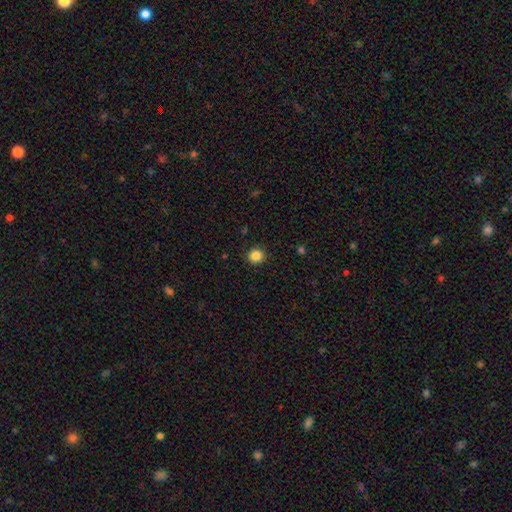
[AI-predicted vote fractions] A smooth galaxy with no disk features (86%) that is round (93%).

Vote fractions:
- Smooth or featured? smooth: 86% / star or artifact: 11% / featured or disk: 4%
- How rounded? round: 93% / in between: 6% / cigar-shaped: 1%
- Merging? none: 92% / minor disturbance: 5% / major disturbance: 2% / merger: 1%